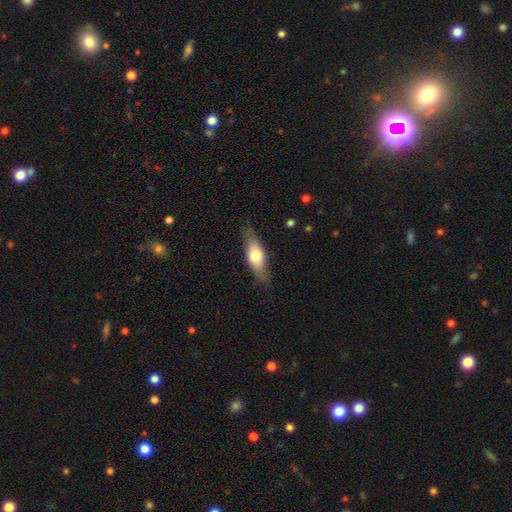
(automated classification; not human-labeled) smooth-or-featured: smooth: 59% | featured or disk: 35% | star or artifact: 6%
  how-rounded: in between: 64% | cigar-shaped: 33% | round: 4%
  merging: none: 77% | minor disturbance: 18% | major disturbance: 4% | merger: 1%